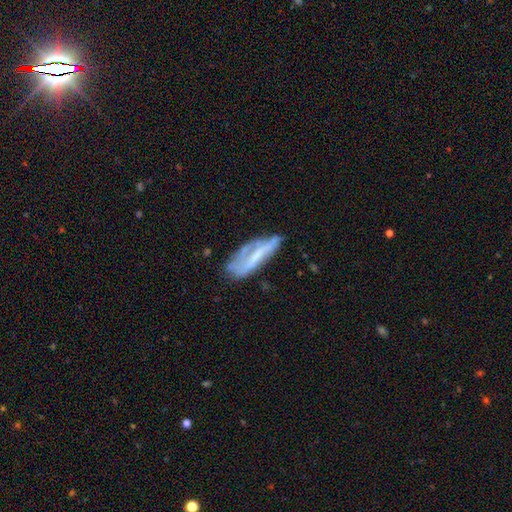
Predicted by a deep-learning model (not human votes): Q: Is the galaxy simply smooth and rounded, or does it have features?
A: featured or disk — 53%.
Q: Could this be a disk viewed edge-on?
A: no — 74%.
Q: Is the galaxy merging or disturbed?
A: none — 43%.